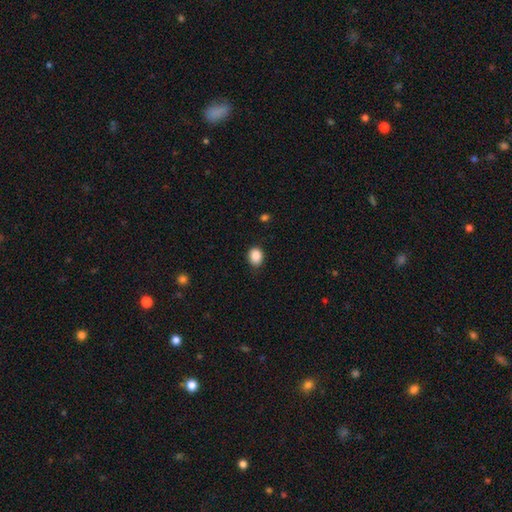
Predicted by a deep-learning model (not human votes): This is clearly a smooth galaxy (88%). How rounded: possibly in between (50%). Merging: clearly none (83%).